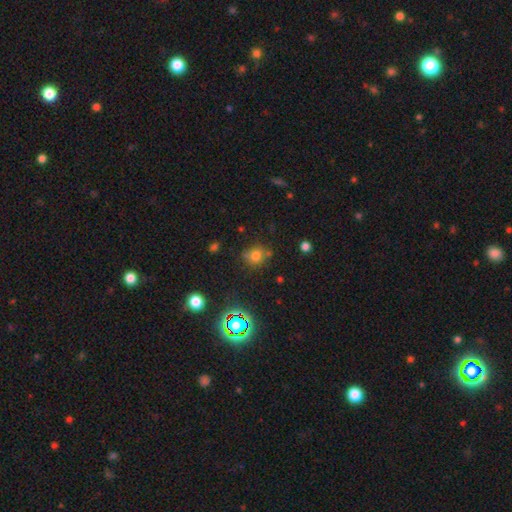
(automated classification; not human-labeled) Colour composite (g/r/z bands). It shows a smooth galaxy with no disk features (69%) that is round (78%). Merging: none (69%).